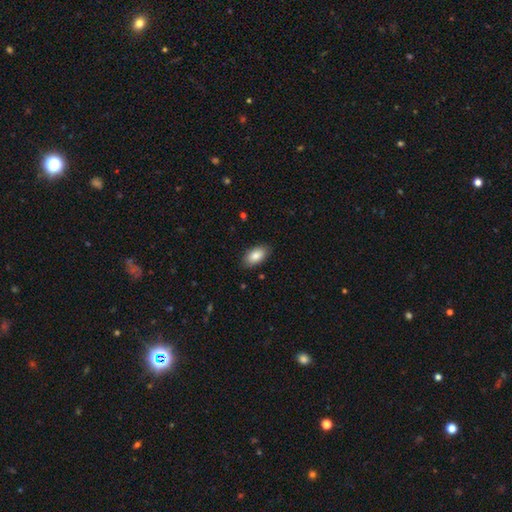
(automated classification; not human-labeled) A smooth galaxy with no disk features (87%) that is in between round and cigar-shaped (93%). Merging: none (86%).